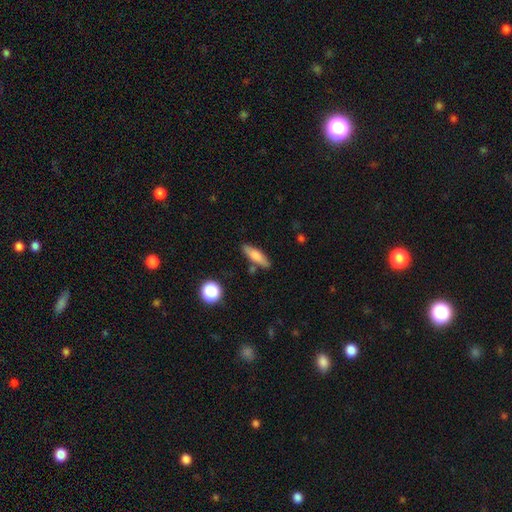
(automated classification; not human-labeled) Morphology: type=smooth (69%); roundness=cigar-shaped (61%); merging=none (81%).